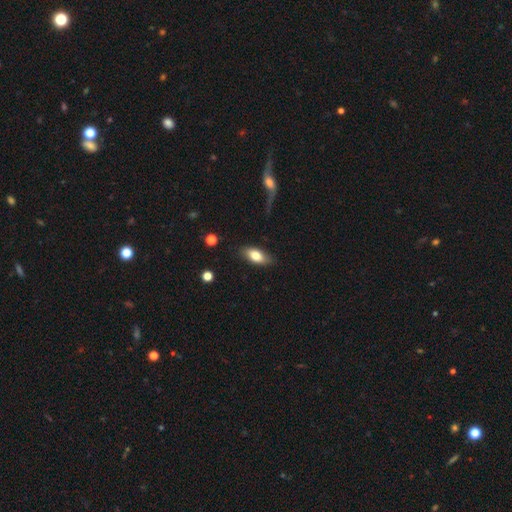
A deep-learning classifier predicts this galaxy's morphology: type=smooth (77%); roundness=in between (87%); merging=none (80%).